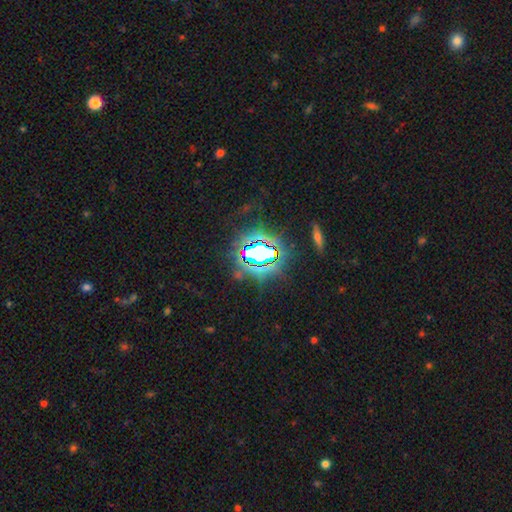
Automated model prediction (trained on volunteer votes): A star or artifact, not a galaxy (71%).